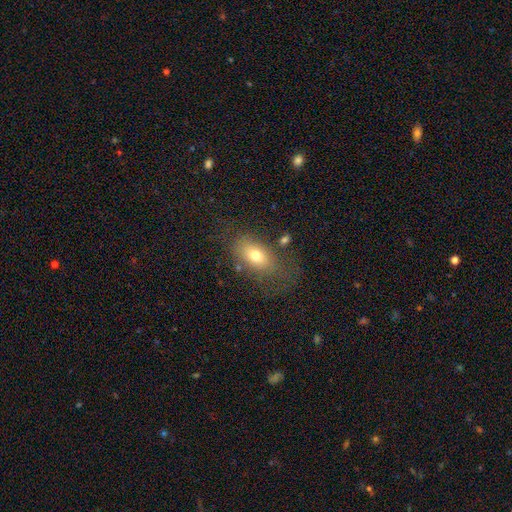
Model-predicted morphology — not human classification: Smooth or featured? Predicted: smooth (p=0.69). How rounded? Predicted: in between (p=0.87). Merging? Predicted: none (p=0.61).